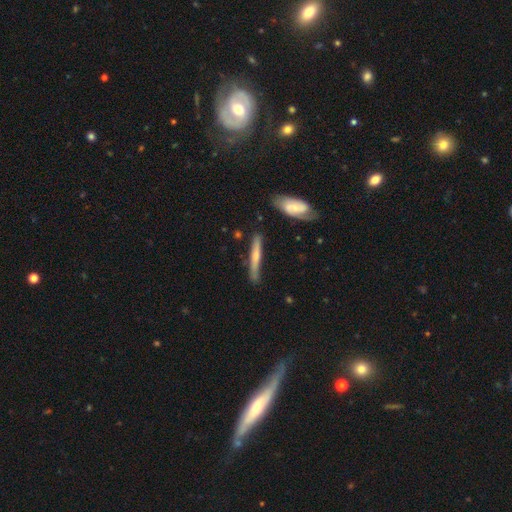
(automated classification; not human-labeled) smooth_or_featured: smooth (p=0.48) [alt: featured or disk p=0.46]
merging: none (p=0.77) [alt: minor disturbance p=0.16]